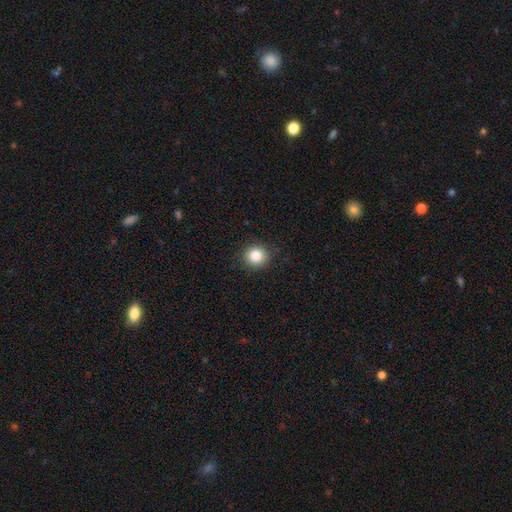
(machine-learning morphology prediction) Overall: smooth (84%). How rounded: round (87%). Merging: none (89%).